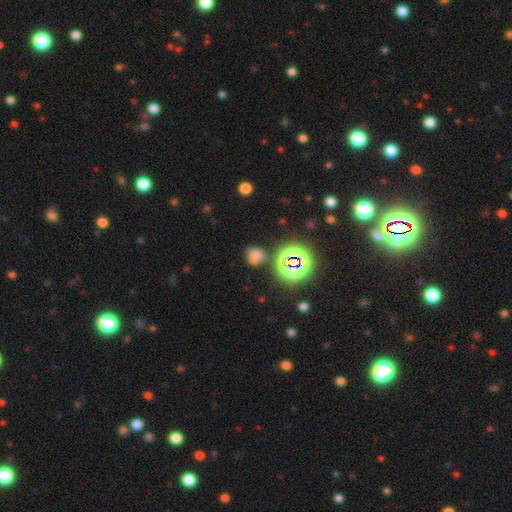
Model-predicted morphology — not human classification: Q: Smooth or featured?
A: smooth (59%); runner-up: star or artifact (30%)
Q: How rounded?
A: round (68%); runner-up: in between (30%)
Q: Merging?
A: none (56%); runner-up: merger (19%)